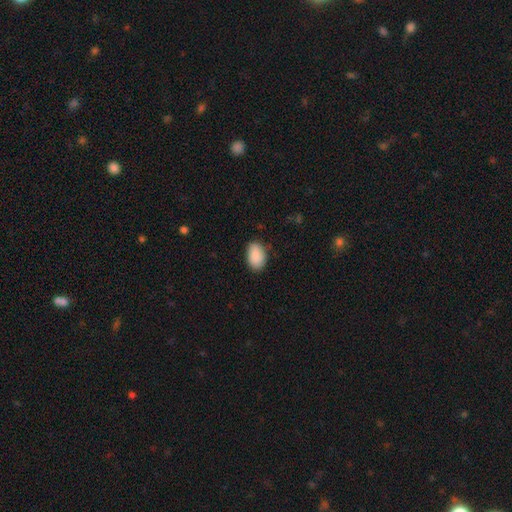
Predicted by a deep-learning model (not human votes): Smooth or featured? Predicted: smooth (p=0.90). How rounded? Predicted: in between (p=0.90). Merging? Predicted: none (p=0.82).